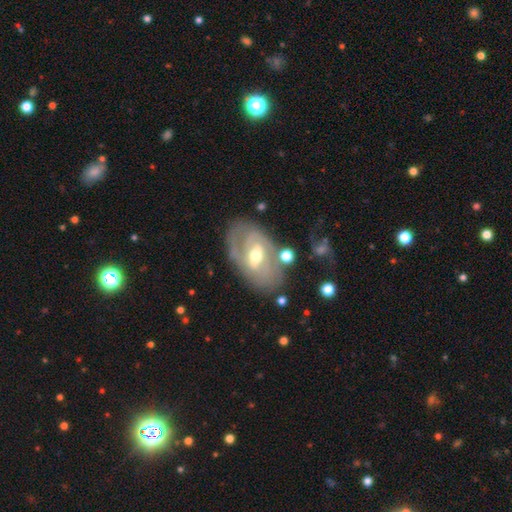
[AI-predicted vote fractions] This is clearly a featured or disk galaxy (81%). It is clearly not viewed edge-on (94%). Bar: possibly weak (49%). Spiral arm pattern: clearly yes (83%). Spiral arm count: marginally 2 (45%). Spiral winding: possibly tight (57%). Central bulge: likely moderate (69%). Merging: likely none (68%).